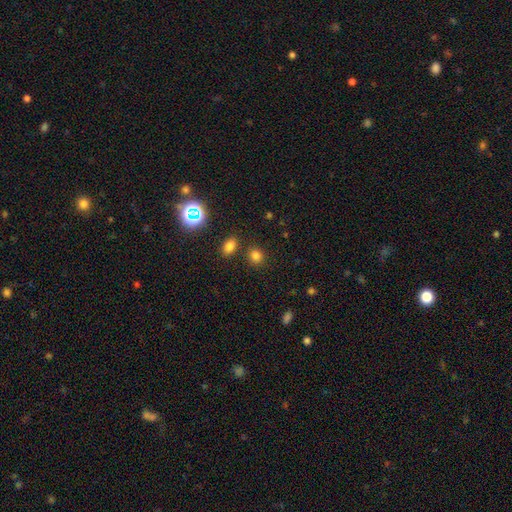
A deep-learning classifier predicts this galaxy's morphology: Overall: smooth (79%). How rounded: round (72%). Merging: none (81%).